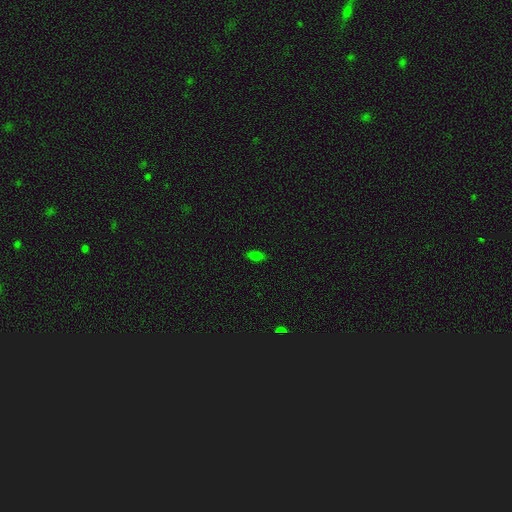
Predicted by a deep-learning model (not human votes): Morphology: type=smooth (77%); roundness=in between (86%); merging=none (86%).